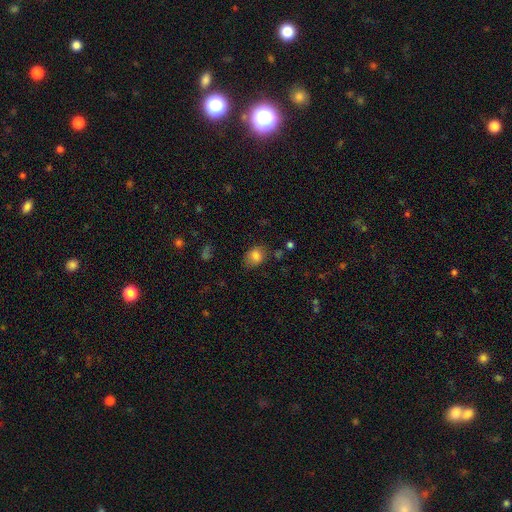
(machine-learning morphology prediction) This is clearly a smooth galaxy (80%). How rounded: possibly in between (56%). Merging: likely none (70%).